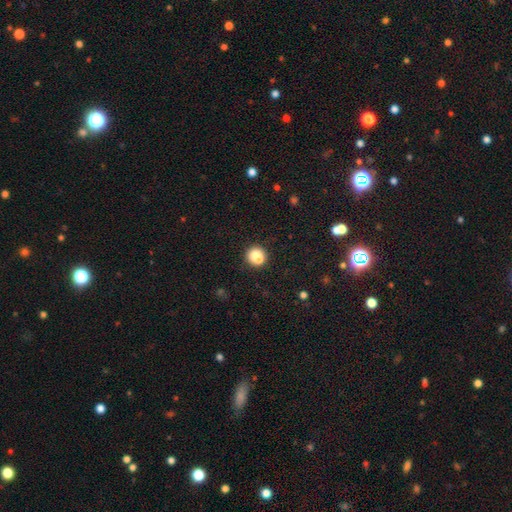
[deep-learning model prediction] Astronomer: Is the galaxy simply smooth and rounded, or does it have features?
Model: smooth — 80%.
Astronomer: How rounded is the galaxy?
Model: round — 77%.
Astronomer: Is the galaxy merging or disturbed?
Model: none — 64%.